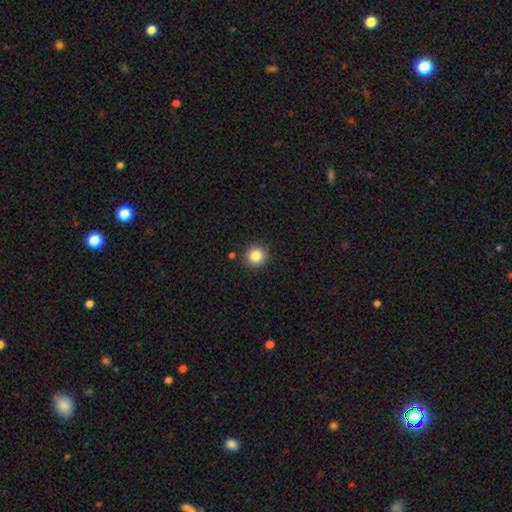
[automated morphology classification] Smooth or featured? Predicted: smooth (p=0.85). How rounded? Predicted: round (p=0.92). Merging? Predicted: none (p=0.89).